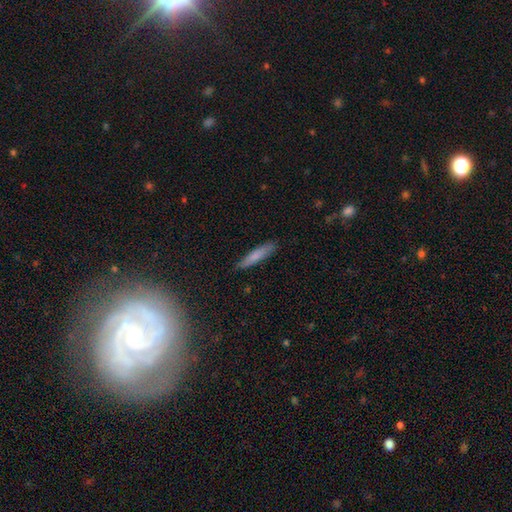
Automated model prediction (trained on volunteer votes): smooth_or_featured: smooth (p=0.76) [alt: featured or disk p=0.17]
how_rounded: cigar-shaped (p=0.88) [alt: in between p=0.11]
merging: none (p=0.85) [alt: minor disturbance p=0.12]